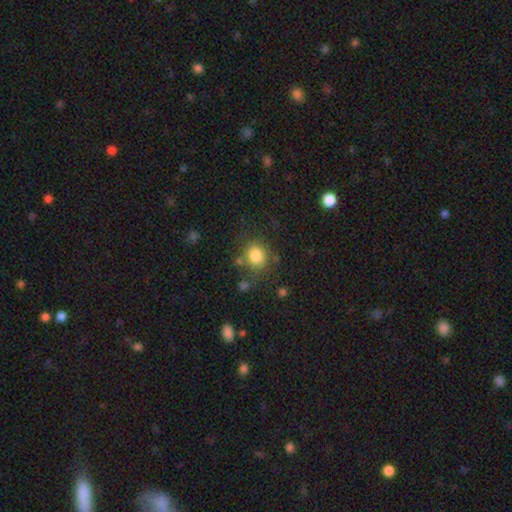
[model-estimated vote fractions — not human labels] smooth_or_featured: smooth (p=0.82) [alt: star or artifact p=0.11]
how_rounded: round (p=0.79) [alt: in between p=0.20]
merging: none (p=0.74) [alt: minor disturbance p=0.13]